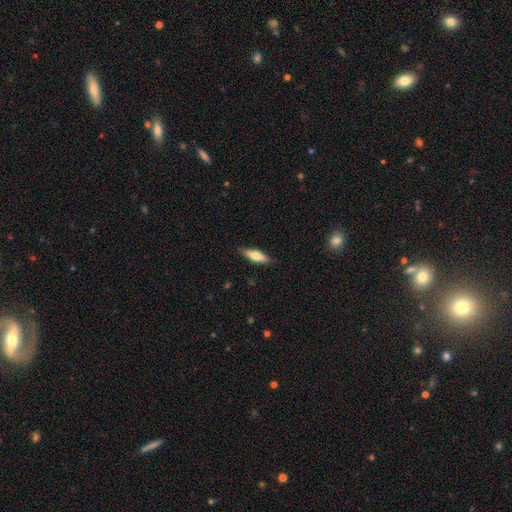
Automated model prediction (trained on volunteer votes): This is likely a smooth galaxy (67%). How rounded: possibly cigar-shaped (51%). Merging: clearly none (86%).